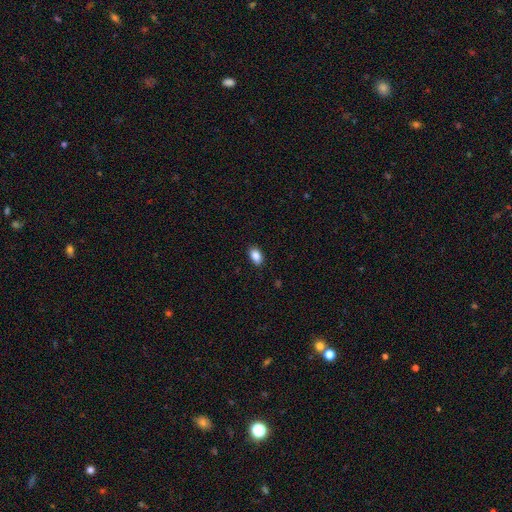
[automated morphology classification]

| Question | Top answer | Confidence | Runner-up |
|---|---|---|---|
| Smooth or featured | smooth | 87% | star or artifact (8%) |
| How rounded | in between | 89% | round (10%) |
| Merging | none | 89% | minor disturbance (8%) |